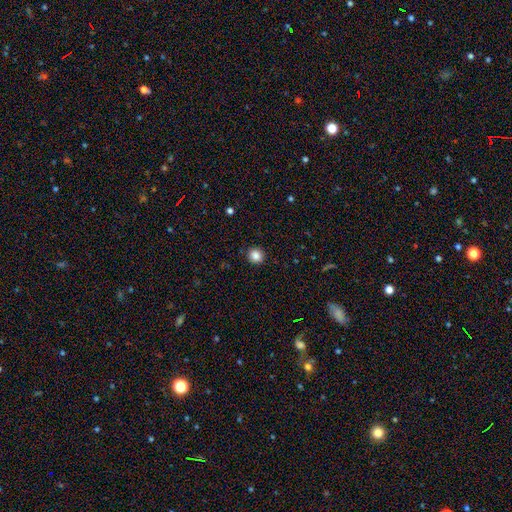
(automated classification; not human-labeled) This appears to be a smooth galaxy with no disk features (86%) that is round (90%). Merging: none (91%).